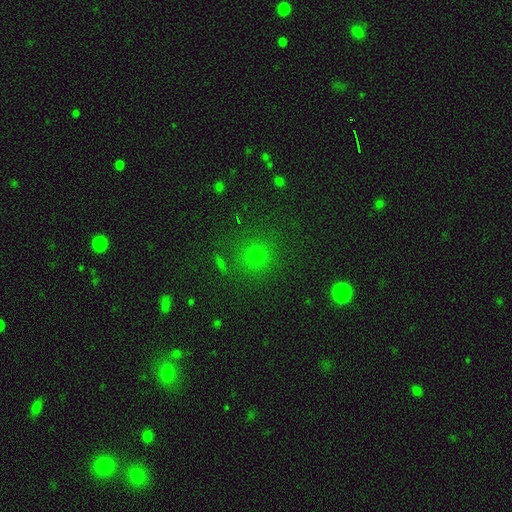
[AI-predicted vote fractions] Smooth or featured? Predicted: smooth (p=0.52). How rounded? Predicted: round (p=0.93). Merging? Predicted: none (p=0.86).